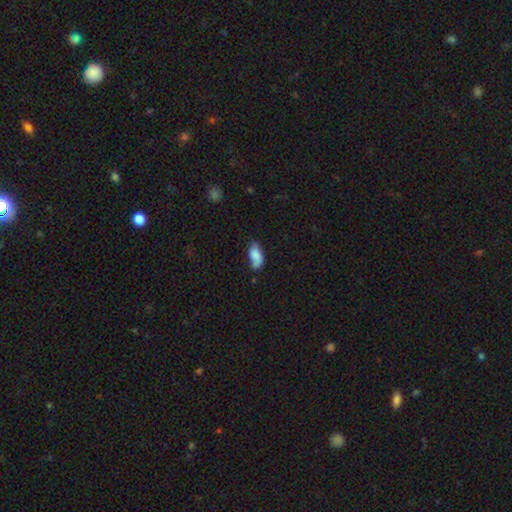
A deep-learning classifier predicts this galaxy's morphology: Smooth or featured: smooth — 78% (featured or disk — 14%)
How rounded: in between — 90% (cigar-shaped — 7%)
Merging: none — 50% (minor disturbance — 33%)